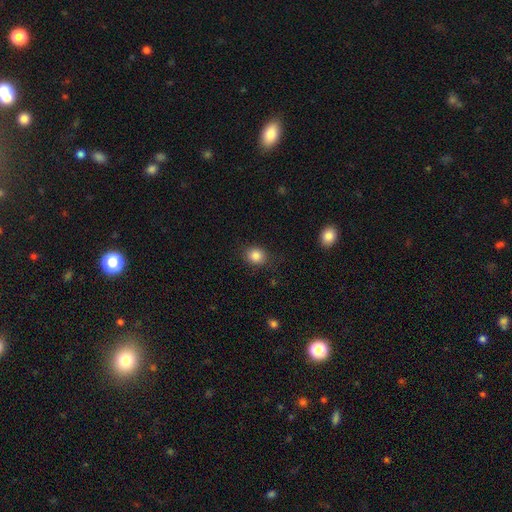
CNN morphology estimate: A smooth galaxy with no disk features (86%) that is round (70%).

Vote fractions:
- Smooth or featured? smooth: 86% / star or artifact: 10% / featured or disk: 5%
- How rounded? round: 70% / in between: 29% / cigar-shaped: 1%
- Merging? none: 84% / minor disturbance: 11% / major disturbance: 3% / merger: 1%